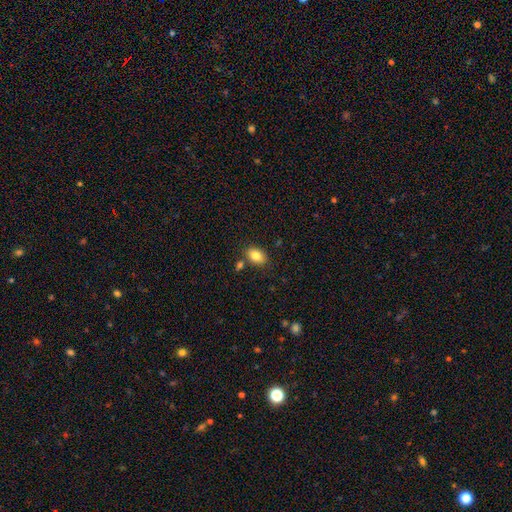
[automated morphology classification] A smooth galaxy with no disk features (84%) that is in between round and cigar-shaped (83%). Merging: none (77%).